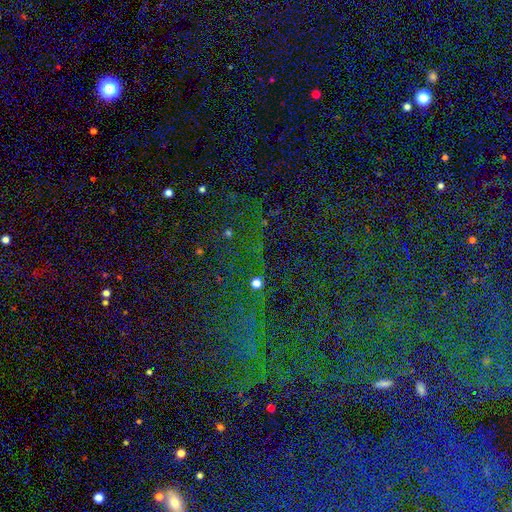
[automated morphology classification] Smooth or featured: star or artifact — 83% (smooth — 10%)